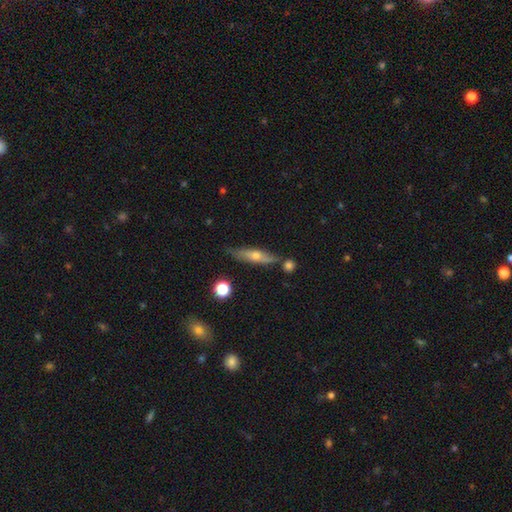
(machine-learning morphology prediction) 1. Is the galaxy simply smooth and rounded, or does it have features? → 51% featured or disk, 41% smooth, 7% star or artifact.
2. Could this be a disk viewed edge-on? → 80% yes, 20% no.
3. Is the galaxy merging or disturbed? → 72% none, 17% minor disturbance, 7% merger, 4% major disturbance.